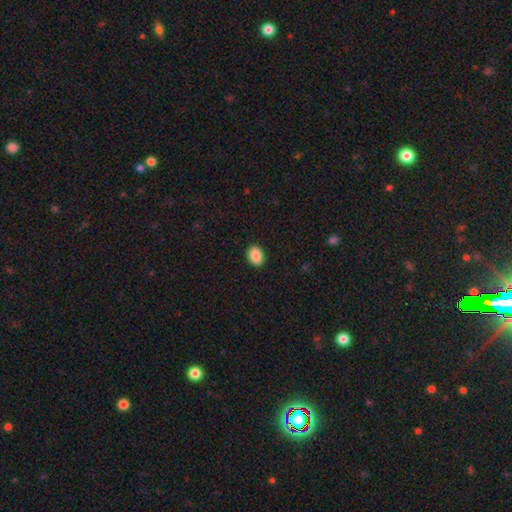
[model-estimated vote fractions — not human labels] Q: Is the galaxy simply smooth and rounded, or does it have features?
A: smooth — 89%.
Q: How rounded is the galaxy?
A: in between — 67%.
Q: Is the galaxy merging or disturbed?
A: none — 91%.